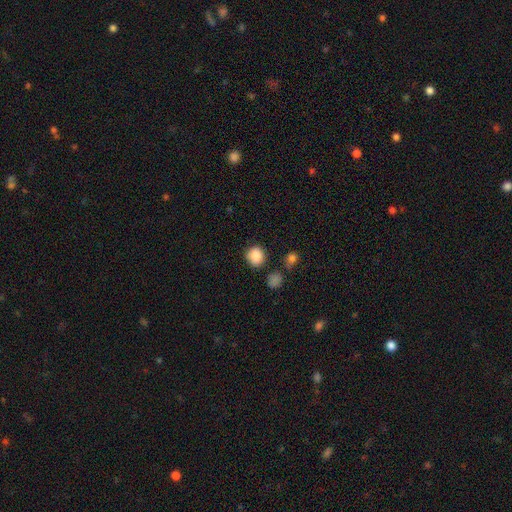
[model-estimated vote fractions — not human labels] smooth 87%, star or artifact 10%, featured or disk 3%. Down the decision tree: how rounded — round (83%); merging — none (79%).